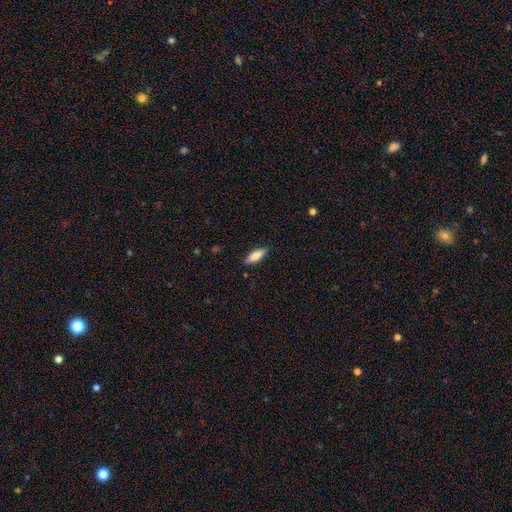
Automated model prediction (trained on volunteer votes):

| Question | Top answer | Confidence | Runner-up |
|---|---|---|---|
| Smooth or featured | smooth | 80% | featured or disk (14%) |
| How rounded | in between | 65% | cigar-shaped (33%) |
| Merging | none | 87% | minor disturbance (10%) |